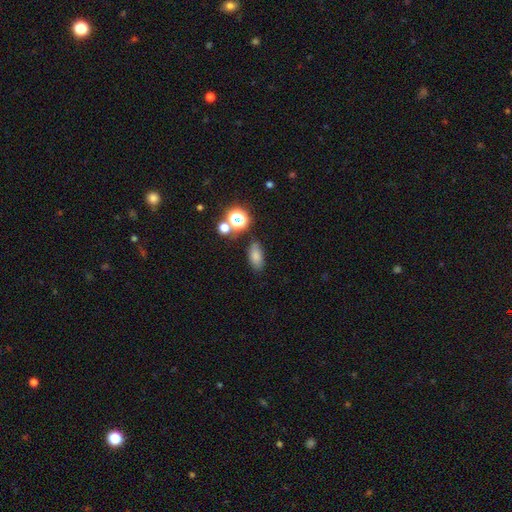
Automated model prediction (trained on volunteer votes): A smooth galaxy with no disk features (76%) that is in between round and cigar-shaped (84%).

Vote fractions:
- Smooth or featured? smooth: 76% / star or artifact: 15% / featured or disk: 9%
- How rounded? in between: 84% / round: 10% / cigar-shaped: 6%
- Merging? none: 77% / minor disturbance: 13% / merger: 6% / major disturbance: 4%